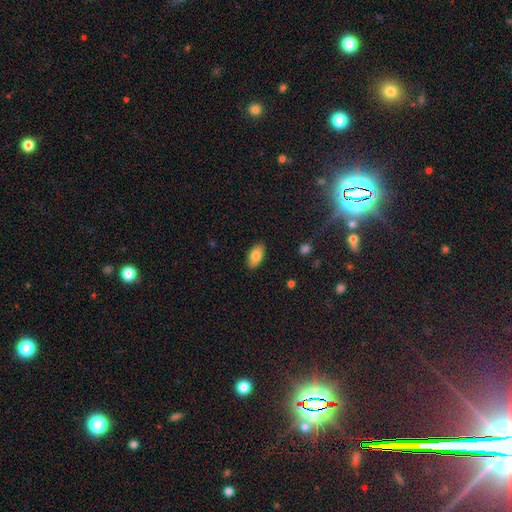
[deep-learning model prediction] Morphology: type=smooth (82%); roundness=in between (93%); merging=none (88%).